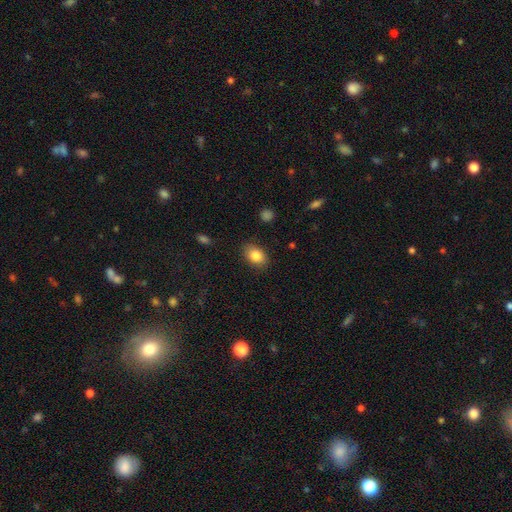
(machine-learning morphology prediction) smooth_or_featured: smooth (p=0.85) [alt: star or artifact p=0.08]
how_rounded: in between (p=0.79) [alt: round p=0.20]
merging: none (p=0.83) [alt: minor disturbance p=0.13]